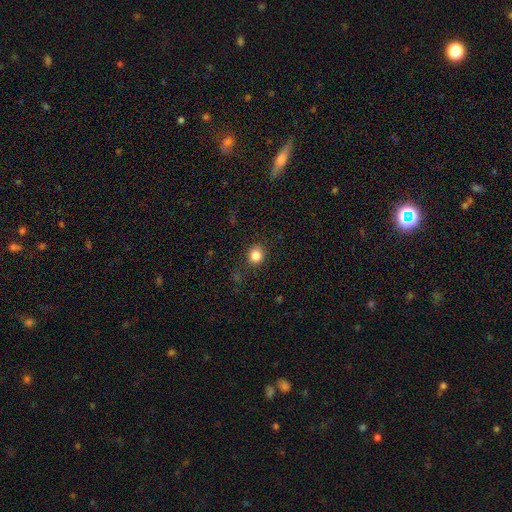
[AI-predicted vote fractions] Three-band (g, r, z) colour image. It shows a smooth galaxy with no disk features (84%) that is round (84%). Merging: none (87%).